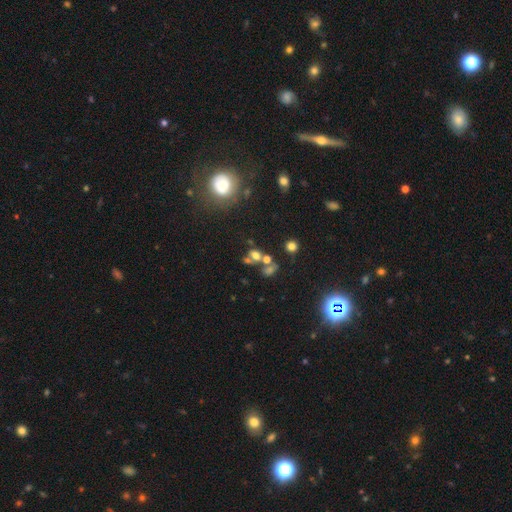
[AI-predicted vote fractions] This is possibly a smooth galaxy (55%). How rounded: possibly in between (49%). Merging: marginally merger (42%).